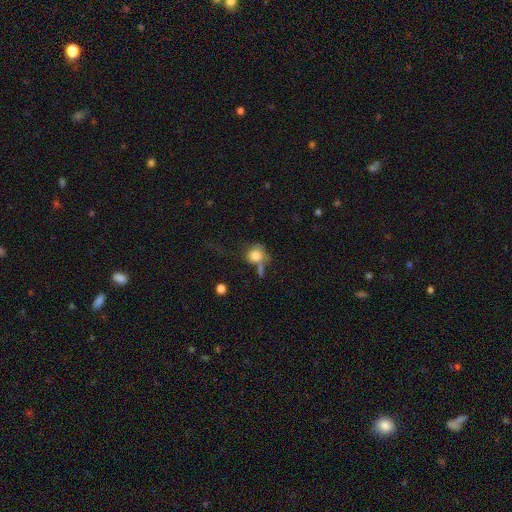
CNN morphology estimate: type=smooth (76%); roundness=round (78%); merging=none (40%).